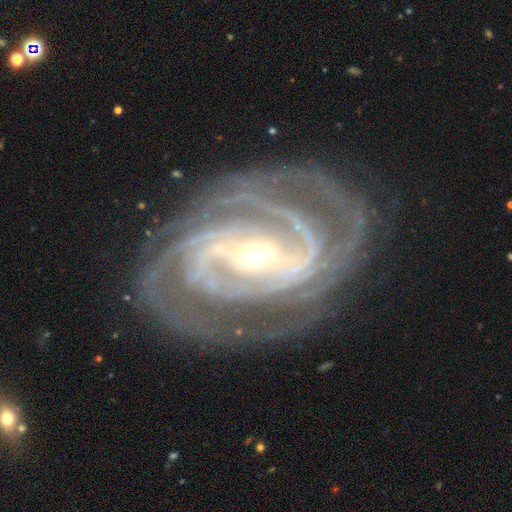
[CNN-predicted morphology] Smooth or featured: featured or disk — 91% (star or artifact — 5%)
Edge-on disk: no — 96% (yes — 4%)
Bar: strong — 53% (weak — 30%)
Spiral arms: yes — 98% (no — 2%)
Spiral winding: tight — 72% (medium — 25%)
Spiral arm count: 2 — 26% (3 — 23%)
Bulge size: small — 65% (moderate — 30%)
Merging: none — 77% (minor disturbance — 15%)